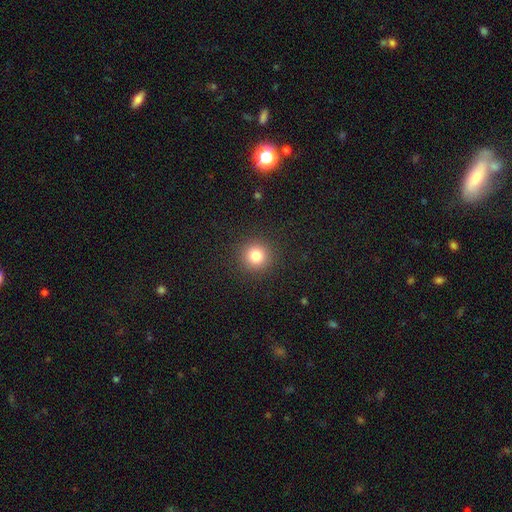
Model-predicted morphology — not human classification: Smooth or featured?
  - smooth: 81% *
  - star or artifact: 13%
  - featured or disk: 6%
How rounded?
  - round: 94% *
  - in between: 5%
  - cigar-shaped: 1%
Merging?
  - none: 91% *
  - minor disturbance: 5%
  - major disturbance: 2%
  - merger: 1%